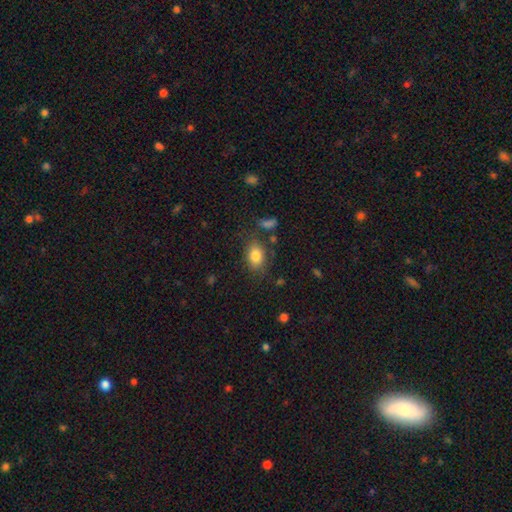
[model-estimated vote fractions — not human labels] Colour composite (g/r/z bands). It shows a smooth galaxy with no disk features (82%) that is in between round and cigar-shaped (79%). Merging: none (73%).